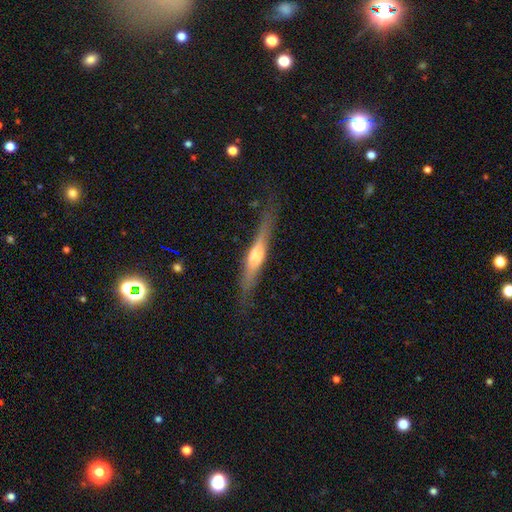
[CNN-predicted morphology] Overall: featured or disk (62%; smooth 33%). Edge-on disk: yes (94%). Edge-on bulge: rounded (80%). Merging: none (79%).